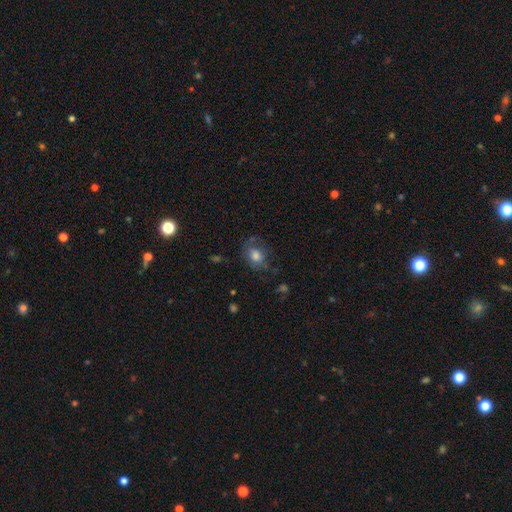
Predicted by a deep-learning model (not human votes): Smooth or featured? Predicted: smooth (p=0.70). How rounded? Predicted: in between (p=0.57). Merging? Predicted: none (p=0.55).